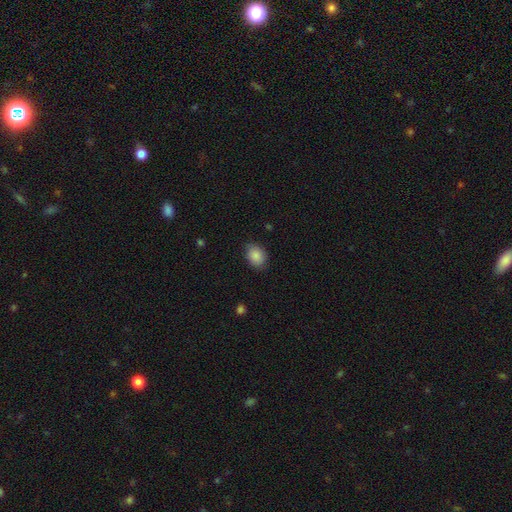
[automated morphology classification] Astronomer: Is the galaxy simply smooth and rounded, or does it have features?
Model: smooth — 88%.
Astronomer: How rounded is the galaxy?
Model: in between — 67%.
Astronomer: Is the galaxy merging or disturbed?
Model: none — 82%.